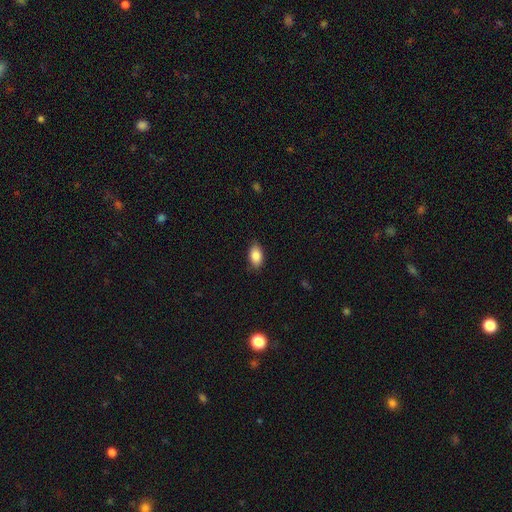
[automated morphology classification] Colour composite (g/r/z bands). It shows a smooth galaxy with no disk features (88%) that is in between round and cigar-shaped (91%). Merging: none (85%).